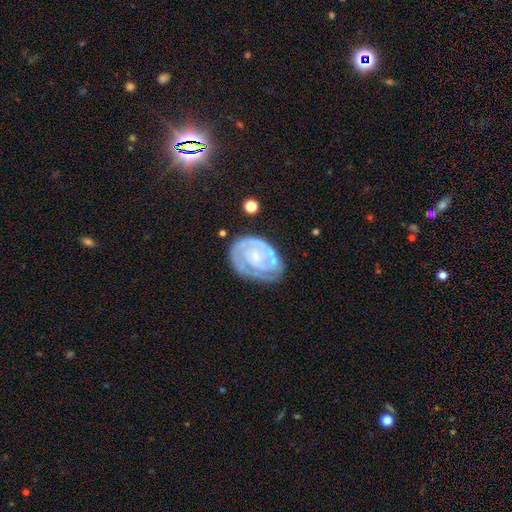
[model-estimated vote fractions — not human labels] Q: Smooth or featured?
A: featured or disk (83%); runner-up: smooth (12%)
Q: Edge-on disk?
A: no (98%); runner-up: yes (2%)
Q: Bar?
A: no (71%); runner-up: weak (24%)
Q: Spiral arms?
A: yes (91%); runner-up: no (9%)
Q: Spiral winding?
A: tight (71%); runner-up: medium (23%)
Q: Spiral arm count?
A: 2 (40%); runner-up: can't tell (26%)
Q: Bulge size?
A: small (72%); runner-up: moderate (15%)
Q: Merging?
A: none (60%); runner-up: minor disturbance (22%)